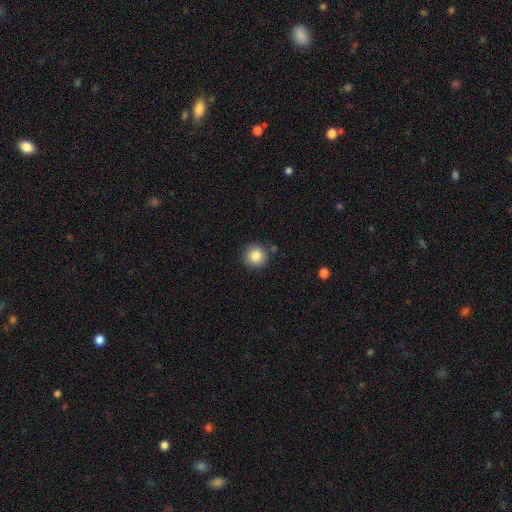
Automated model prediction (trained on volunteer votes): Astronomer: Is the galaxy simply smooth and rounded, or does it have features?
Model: smooth — 85%.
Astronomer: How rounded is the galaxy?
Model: round — 94%.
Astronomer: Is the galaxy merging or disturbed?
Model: none — 86%.